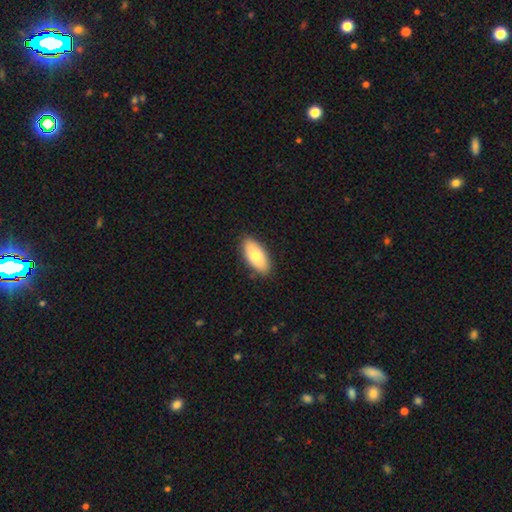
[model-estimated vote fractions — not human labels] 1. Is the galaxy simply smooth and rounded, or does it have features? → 82% smooth, 12% featured or disk, 6% star or artifact.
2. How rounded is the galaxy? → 91% in between, 7% cigar-shaped, 2% round.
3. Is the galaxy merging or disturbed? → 87% none, 10% minor disturbance, 2% major disturbance, 1% merger.